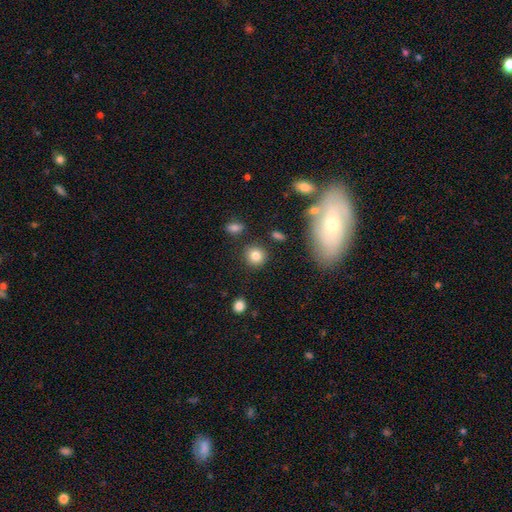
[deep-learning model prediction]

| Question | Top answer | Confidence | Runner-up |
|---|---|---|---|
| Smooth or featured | smooth | 83% | star or artifact (10%) |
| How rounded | round | 87% | in between (12%) |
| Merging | none | 86% | minor disturbance (8%) |